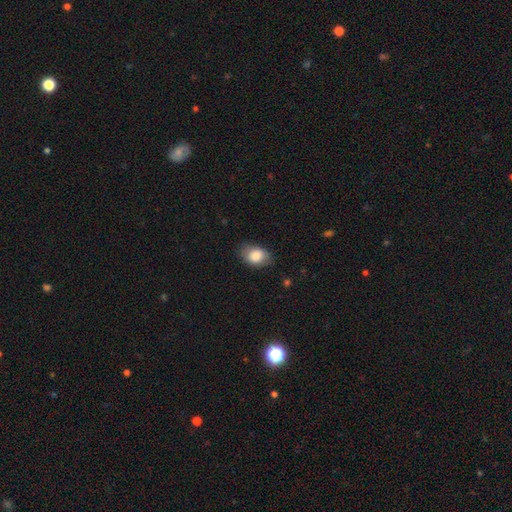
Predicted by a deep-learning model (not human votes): The model was most divided on "merging": none: 74%, minor disturbance: 20%, major disturbance: 5%, merger: 1%. More confident: smooth or featured — smooth (82%); how rounded — in between (77%).